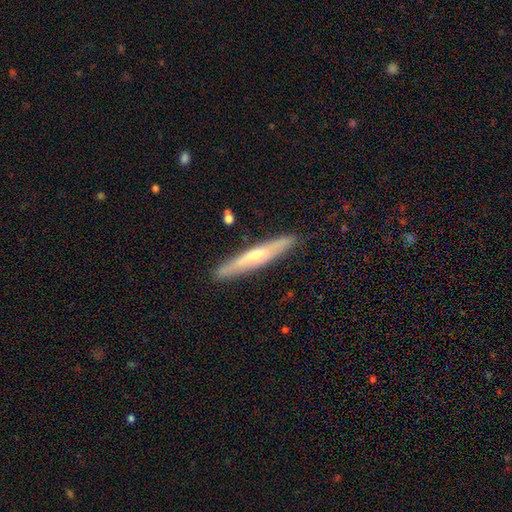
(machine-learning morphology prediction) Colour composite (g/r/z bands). It shows a featured or disk galaxy (57%) viewed edge-on (91%) with a rounded central bulge (79%). Merging: none (89%).